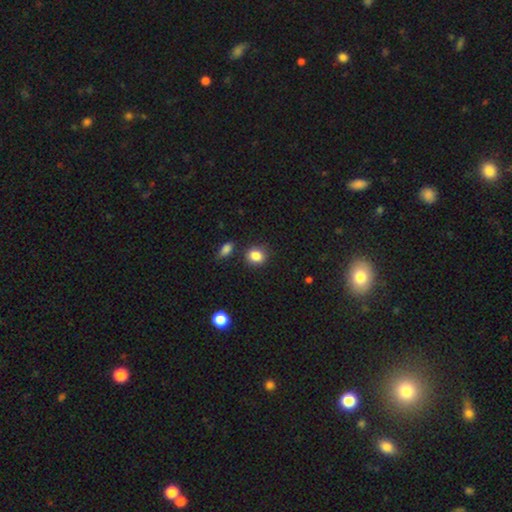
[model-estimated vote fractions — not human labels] This is clearly a smooth galaxy (85%). How rounded: likely round (62%). Merging: likely none (79%).